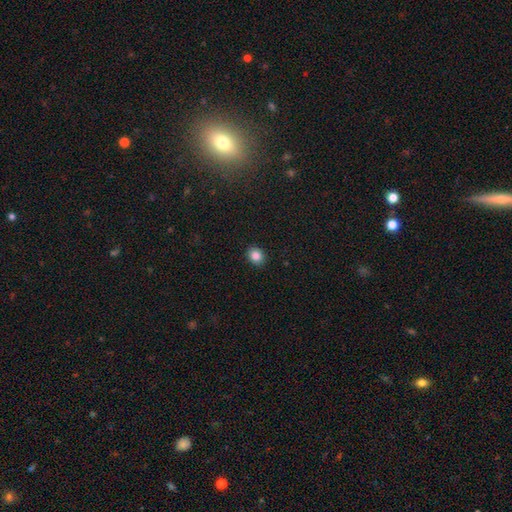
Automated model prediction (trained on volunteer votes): This is clearly a smooth galaxy (85%). How rounded: likely round (65%). Merging: clearly none (90%).